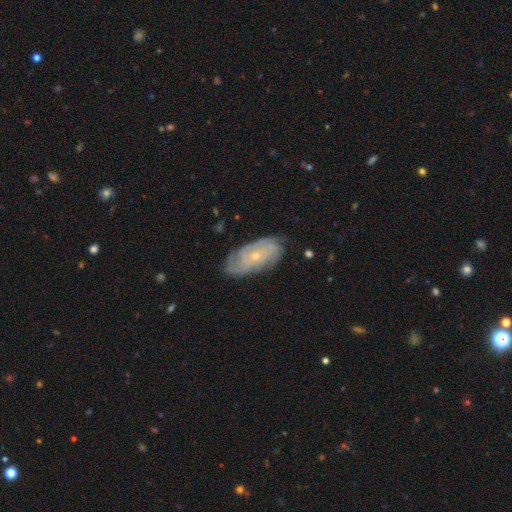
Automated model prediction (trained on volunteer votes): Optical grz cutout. It shows a featured or disk galaxy (74%) with no bar (77%), tight (68%) spiral arms (89%) and a small central bulge (72%). Merging: none (77%).